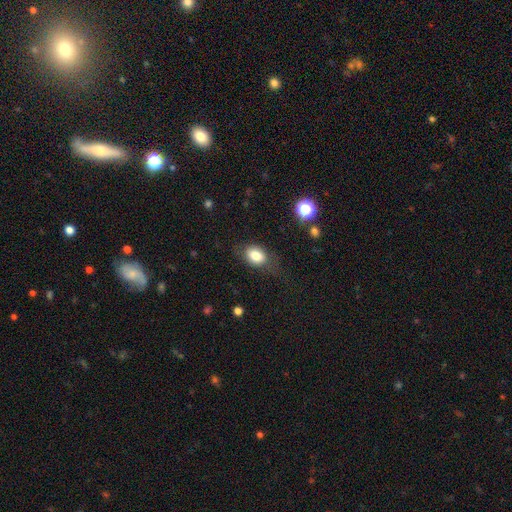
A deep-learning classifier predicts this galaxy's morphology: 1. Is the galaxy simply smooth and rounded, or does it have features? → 80% smooth, 11% featured or disk, 9% star or artifact.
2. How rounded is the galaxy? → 77% in between, 21% round, 1% cigar-shaped.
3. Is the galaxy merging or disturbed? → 67% none, 20% minor disturbance, 11% major disturbance, 2% merger.